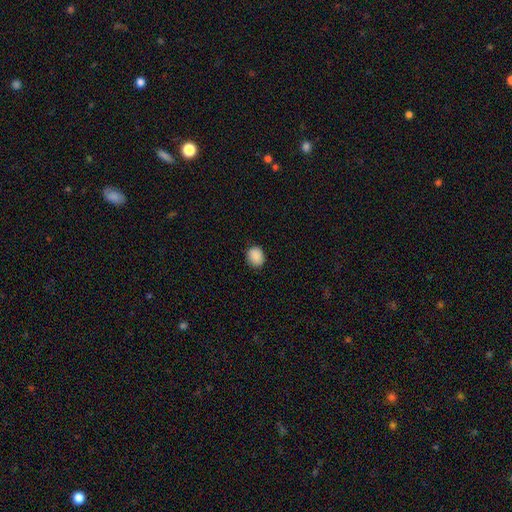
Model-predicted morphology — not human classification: Q: Smooth or featured?
A: smooth (89%); runner-up: star or artifact (8%)
Q: How rounded?
A: round (59%); runner-up: in between (40%)
Q: Merging?
A: none (86%); runner-up: minor disturbance (10%)